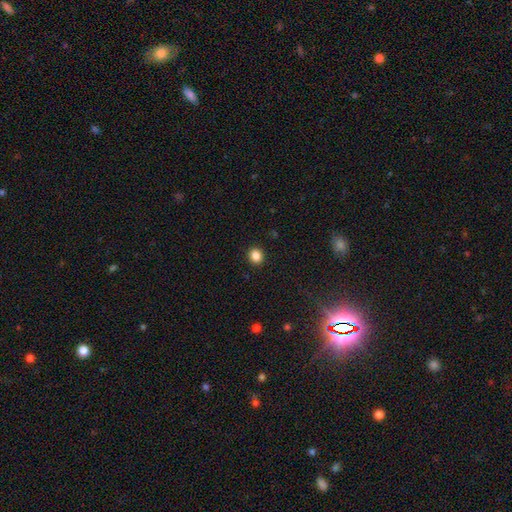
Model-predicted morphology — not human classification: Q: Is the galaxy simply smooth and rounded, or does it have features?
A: smooth — 85%.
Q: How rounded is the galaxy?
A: round — 83%.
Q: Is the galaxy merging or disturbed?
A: none — 92%.